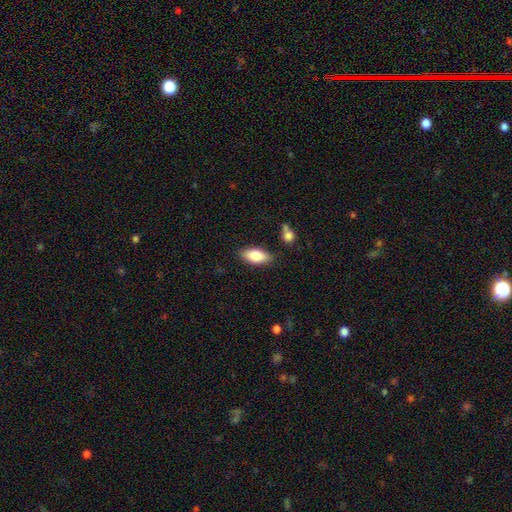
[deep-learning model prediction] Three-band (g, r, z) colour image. It shows a smooth galaxy with no disk features (80%) that is in between round and cigar-shaped (86%). Merging: none (84%).